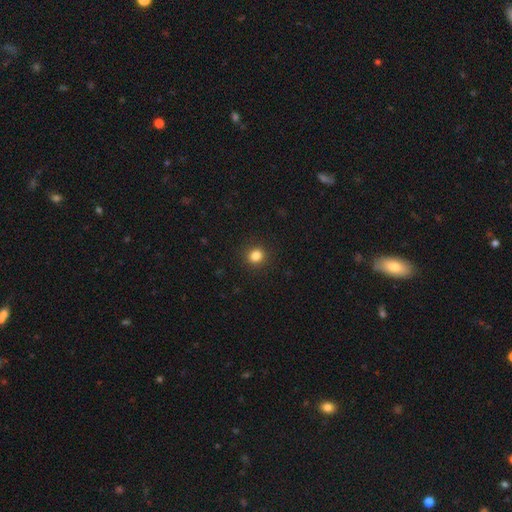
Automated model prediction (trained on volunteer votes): Overall: smooth (83%). How rounded: round (85%). Merging: none (91%).